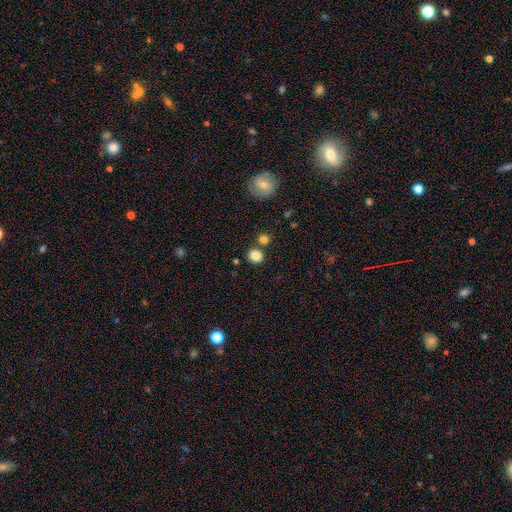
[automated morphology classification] Smooth or featured? Predicted: smooth (p=0.85). How rounded? Predicted: round (p=0.79). Merging? Predicted: none (p=0.74).